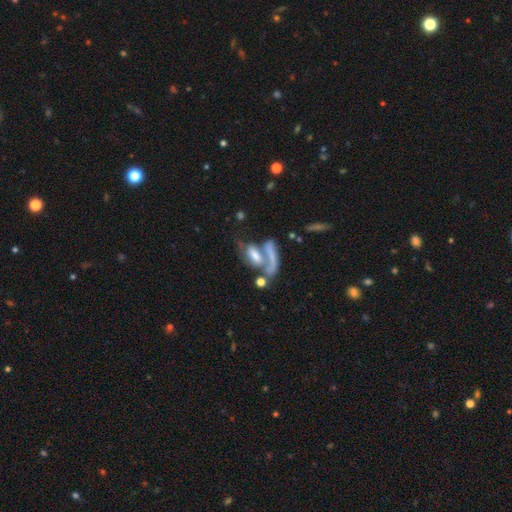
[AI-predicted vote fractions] This is possibly a featured or disk galaxy (53%). It is clearly not viewed edge-on (87%). Merging: possibly merger (49%).